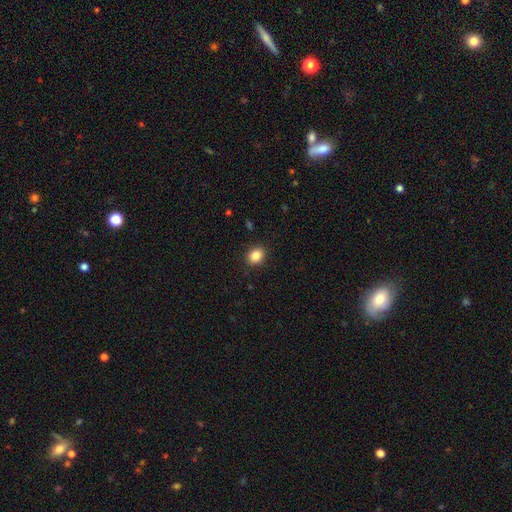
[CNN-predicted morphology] smooth 85%, star or artifact 10%, featured or disk 5%. Down the decision tree: how rounded — round (57%); merging — none (90%).